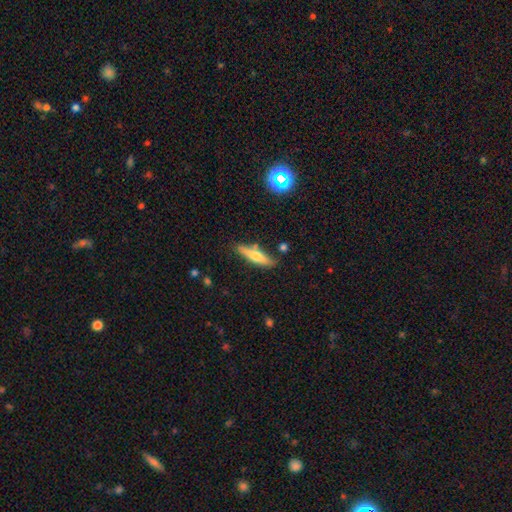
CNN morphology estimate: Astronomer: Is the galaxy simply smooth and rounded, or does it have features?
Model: smooth — 57% (runner-up: featured or disk, 36%).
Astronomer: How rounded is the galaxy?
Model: cigar-shaped — 77%.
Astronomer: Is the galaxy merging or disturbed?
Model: none — 77%.